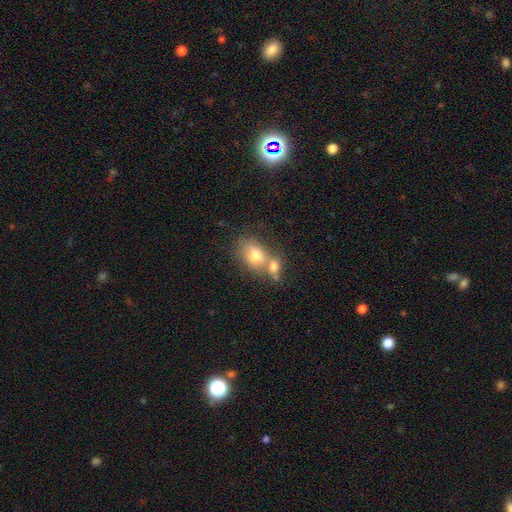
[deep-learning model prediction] Smooth or featured?
  - smooth: 74% *
  - featured or disk: 17%
  - star or artifact: 9%
How rounded?
  - in between: 70% *
  - round: 29%
  - cigar-shaped: 2%
Merging?
  - merger: 56% *
  - none: 29%
  - minor disturbance: 10%
  - major disturbance: 5%